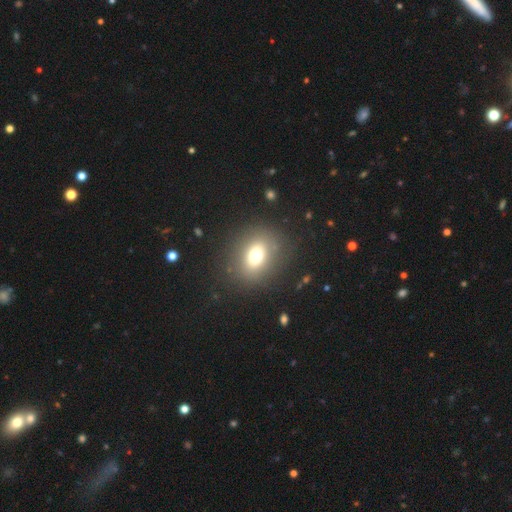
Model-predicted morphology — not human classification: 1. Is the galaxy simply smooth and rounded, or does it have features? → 70% smooth, 17% featured or disk, 14% star or artifact.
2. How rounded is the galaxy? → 50% round, 49% in between, 1% cigar-shaped.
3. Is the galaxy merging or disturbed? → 83% none, 9% minor disturbance, 6% major disturbance, 2% merger.